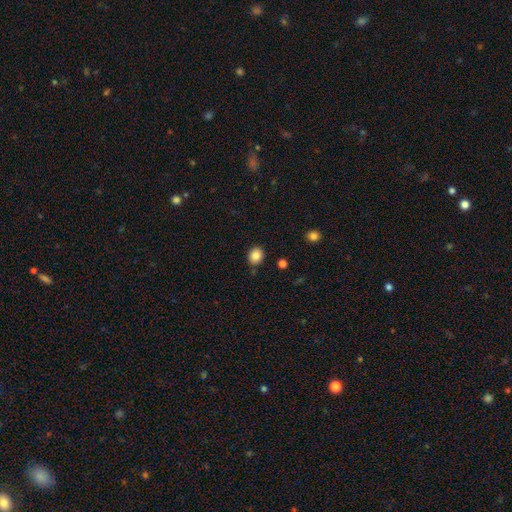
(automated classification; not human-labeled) Smooth or featured?
  - smooth: 84% *
  - star or artifact: 10%
  - featured or disk: 6%
How rounded?
  - round: 72% *
  - in between: 27%
  - cigar-shaped: 1%
Merging?
  - none: 84% *
  - minor disturbance: 11%
  - merger: 3%
  - major disturbance: 2%